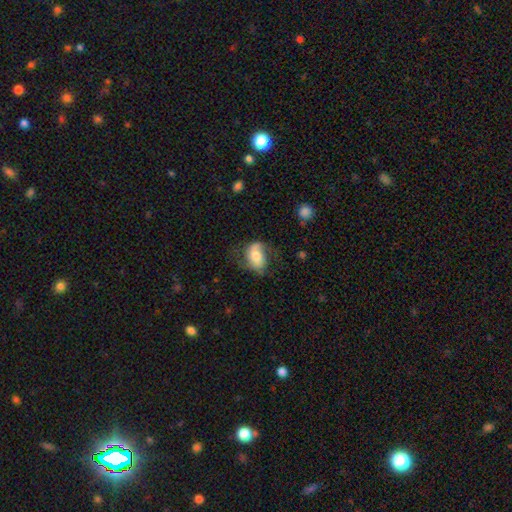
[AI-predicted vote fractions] This is possibly a smooth galaxy (52%). How rounded: likely in between (79%). Merging: possibly none (51%).